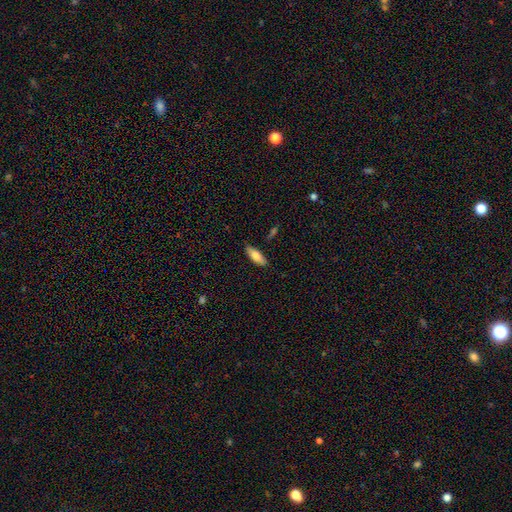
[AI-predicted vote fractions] Smooth or featured?
  - smooth: 75% *
  - featured or disk: 18%
  - star or artifact: 6%
How rounded?
  - in between: 69% *
  - cigar-shaped: 29%
  - round: 2%
Merging?
  - none: 83% *
  - minor disturbance: 13%
  - major disturbance: 2%
  - merger: 2%